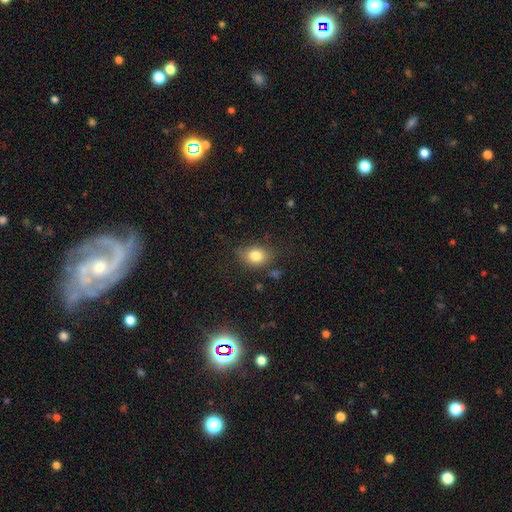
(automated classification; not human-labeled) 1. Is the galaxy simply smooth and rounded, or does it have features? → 80% smooth, 10% star or artifact, 10% featured or disk.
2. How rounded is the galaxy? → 65% in between, 34% round, 2% cigar-shaped.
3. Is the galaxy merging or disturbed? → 68% none, 23% minor disturbance, 7% major disturbance, 3% merger.